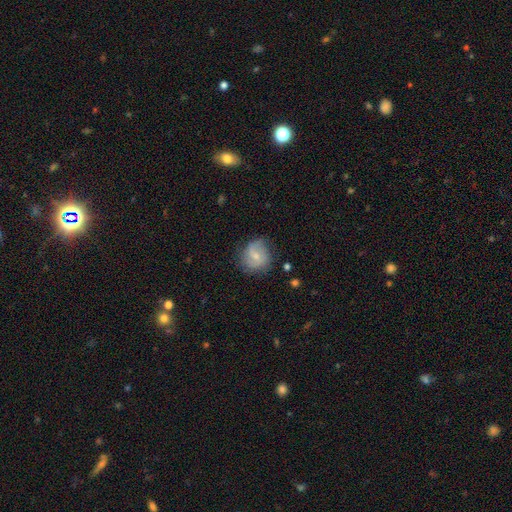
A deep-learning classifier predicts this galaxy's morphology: Overall: featured or disk (53%; smooth 40%). Edge-on disk: no (97%). Bar: weak (45%; no 44%). Spiral arms: yes (82%). Bulge size: small (56%; moderate 37%). Merging: none (67%).